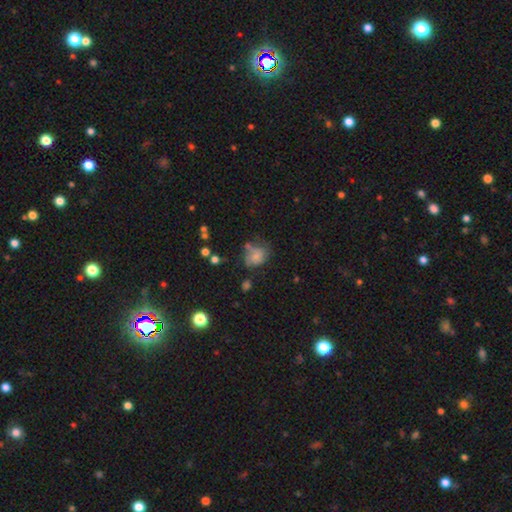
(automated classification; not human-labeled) This is likely a smooth galaxy (69%). How rounded: possibly in between (52%). Merging: marginally none (41%).